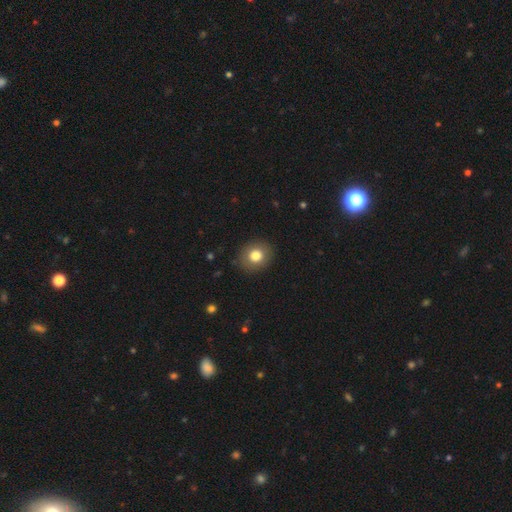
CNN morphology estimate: Overall: smooth (79%). How rounded: round (76%). Merging: none (89%).